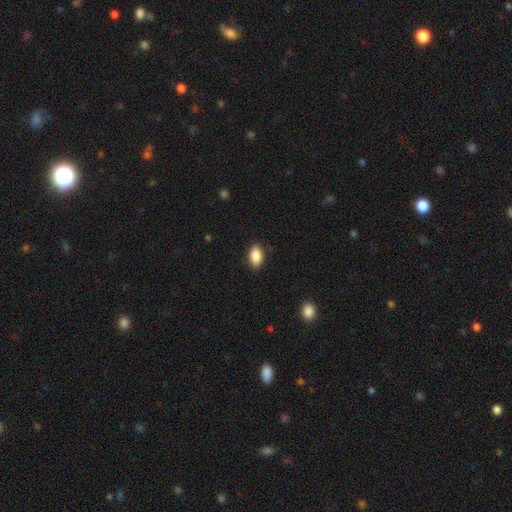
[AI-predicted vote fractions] This is clearly a smooth galaxy (89%). How rounded: clearly in between (92%). Merging: clearly none (87%).